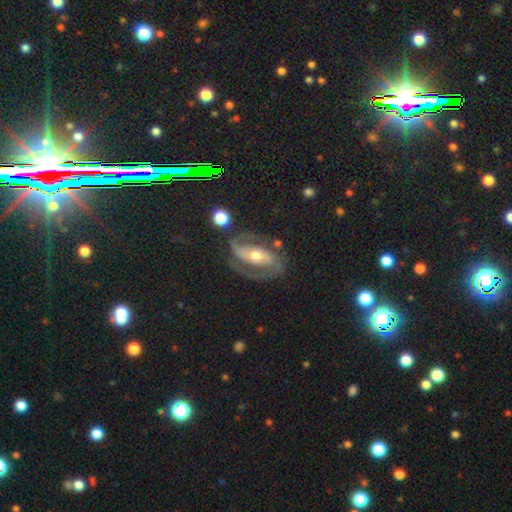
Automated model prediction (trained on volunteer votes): The model was most divided on "bar": strong: 39%, weak: 31%, no: 30%. More confident: edge-on disk — no (95%); spiral arms — yes (94%); spiral arm count — 2 (90%); smooth or featured — featured or disk (81%); merging — none (73%); bulge size — moderate (63%); spiral winding — medium (52%).